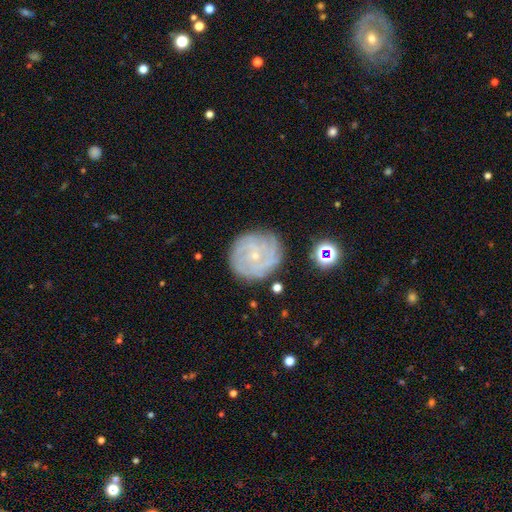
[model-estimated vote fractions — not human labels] Overall: featured or disk (76%). Edge-on disk: no (98%). Bar: no (78%). Spiral arms: yes (93%). Spiral arm count: can't tell (33%; 4 22%). Spiral winding: tight (74%). Bulge size: small (86%). Merging: none (81%).